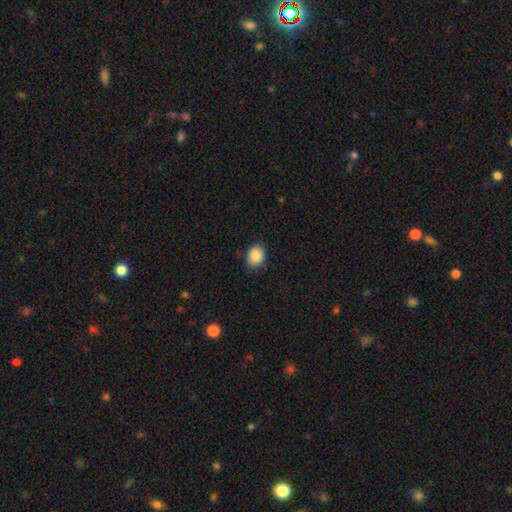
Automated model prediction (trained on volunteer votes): smooth_or_featured: smooth (p=0.89) [alt: star or artifact p=0.08]
how_rounded: in between (p=0.54) [alt: round p=0.45]
merging: none (p=0.86) [alt: minor disturbance p=0.10]